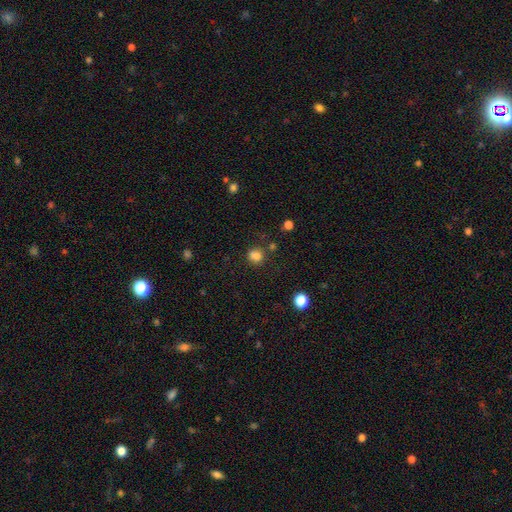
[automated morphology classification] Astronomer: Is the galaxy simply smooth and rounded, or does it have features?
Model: smooth — 81%.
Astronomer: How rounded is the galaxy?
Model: round — 77%.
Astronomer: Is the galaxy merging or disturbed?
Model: none — 73%.